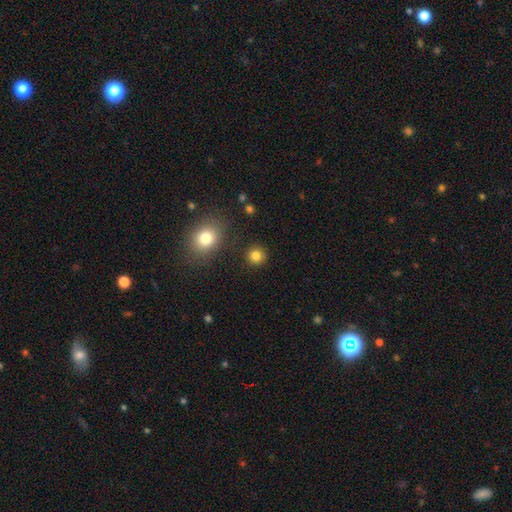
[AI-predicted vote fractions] smooth 83%, star or artifact 12%, featured or disk 5%. Down the decision tree: how rounded — round (92%); merging — none (90%).